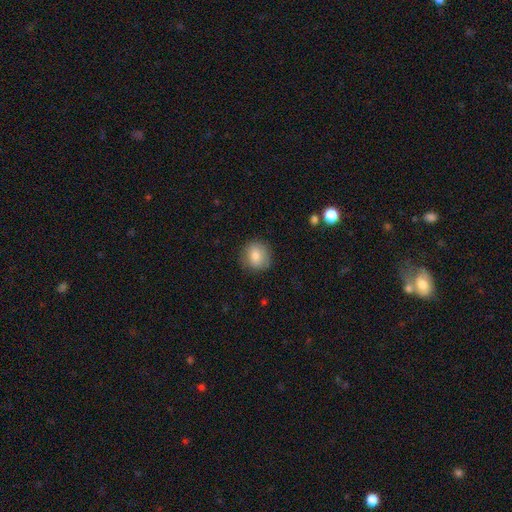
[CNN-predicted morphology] smooth_or_featured: smooth (p=0.81) [alt: featured or disk p=0.11]
how_rounded: round (p=0.81) [alt: in between p=0.18]
merging: none (p=0.83) [alt: minor disturbance p=0.13]